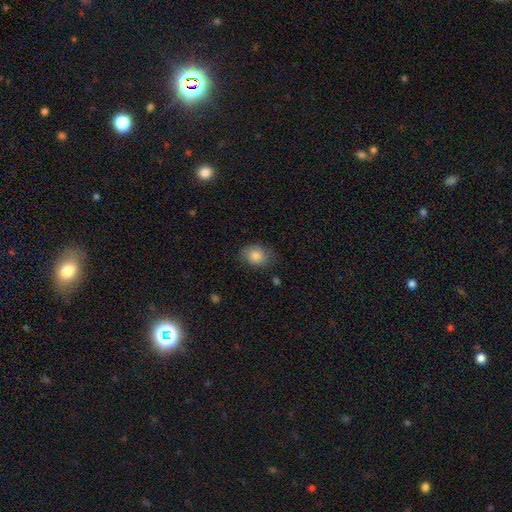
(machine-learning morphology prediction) smooth_or_featured: smooth (p=0.84) [alt: featured or disk p=0.08]
how_rounded: in between (p=0.56) [alt: round p=0.43]
merging: none (p=0.73) [alt: minor disturbance p=0.20]